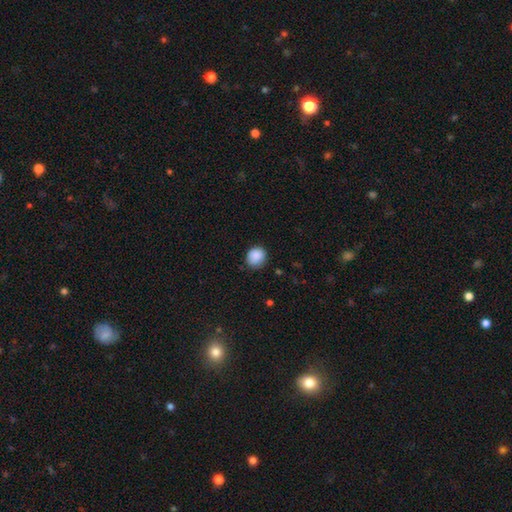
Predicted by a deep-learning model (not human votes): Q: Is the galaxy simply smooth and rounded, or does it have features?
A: smooth — 88%.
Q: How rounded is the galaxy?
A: round — 77%.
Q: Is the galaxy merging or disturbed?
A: none — 77%.